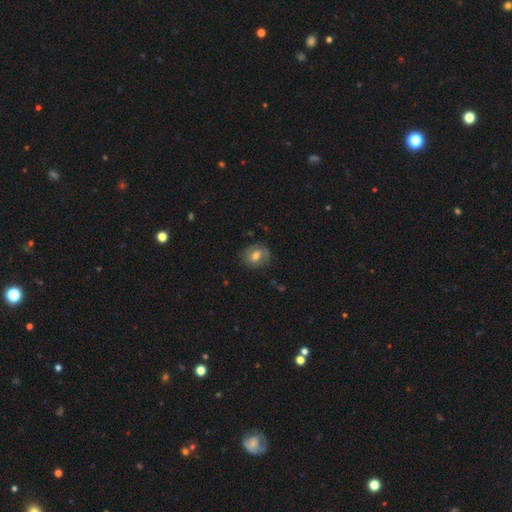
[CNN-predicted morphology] Smooth or featured? Predicted: smooth (p=0.52). How rounded? Predicted: round (p=0.56). Merging? Predicted: none (p=0.72).